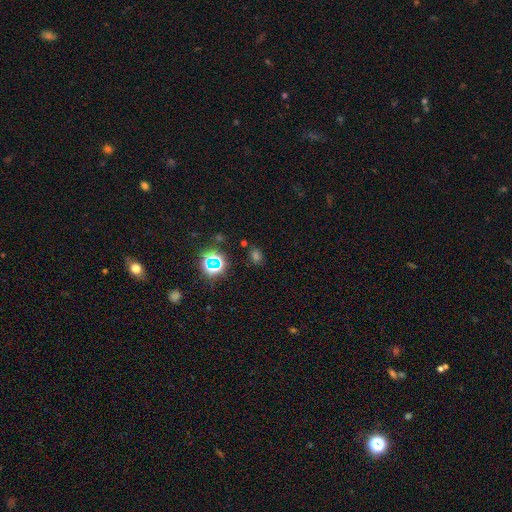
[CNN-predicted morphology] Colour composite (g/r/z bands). It shows a star or artifact, not a galaxy (48%).